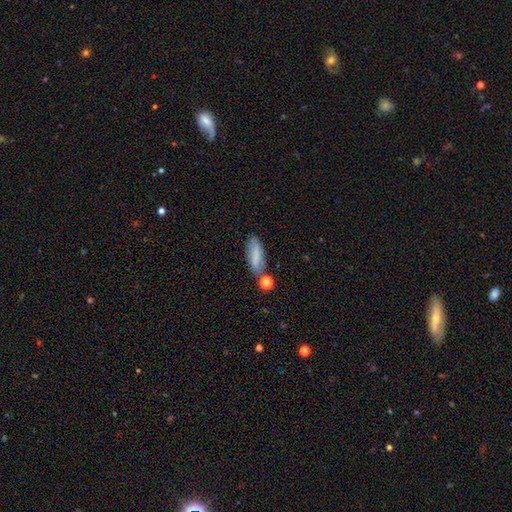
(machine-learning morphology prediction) type=smooth (78%); roundness=in between (60%); merging=none (63%).